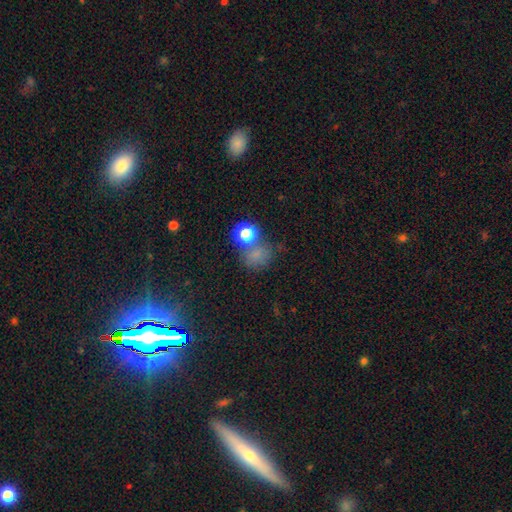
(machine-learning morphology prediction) Q: Smooth or featured?
A: smooth (64%); runner-up: star or artifact (26%)
Q: How rounded?
A: round (73%); runner-up: in between (26%)
Q: Merging?
A: none (52%); runner-up: merger (22%)